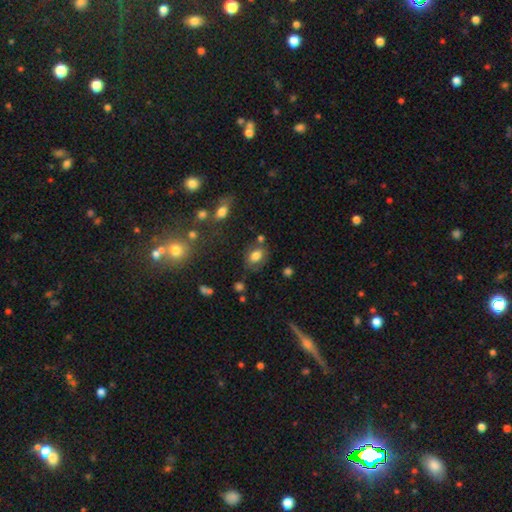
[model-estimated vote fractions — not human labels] A smooth galaxy with no disk features (78%) that is in between round and cigar-shaped (75%).

Vote fractions:
- Smooth or featured? smooth: 78% / featured or disk: 12% / star or artifact: 11%
- How rounded? in between: 75% / round: 24% / cigar-shaped: 1%
- Merging? none: 68% / minor disturbance: 18% / merger: 9% / major disturbance: 6%